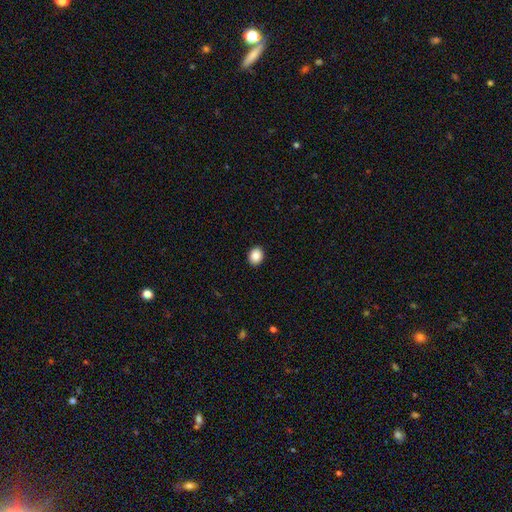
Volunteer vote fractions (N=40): Smooth or featured? 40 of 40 (100%) said smooth. How rounded? 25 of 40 (62%) said round. Merging? 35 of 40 (88%) said none.